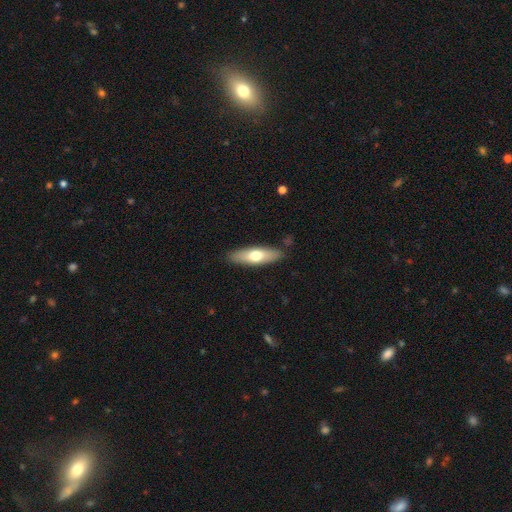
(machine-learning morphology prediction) Overall: smooth (62%; featured or disk 33%). How rounded: cigar-shaped (49%, tied with in between). Merging: none (87%).